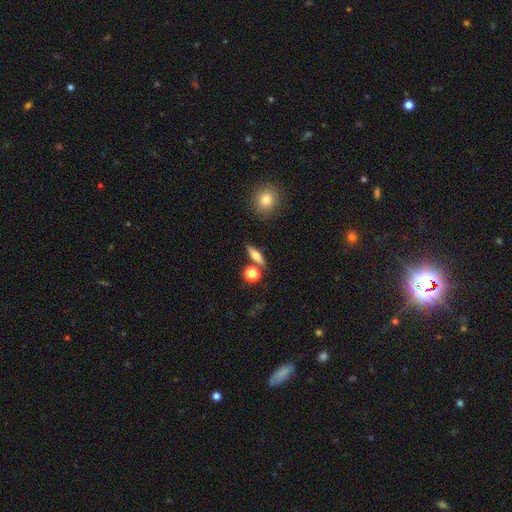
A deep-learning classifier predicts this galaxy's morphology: type=smooth (62%); roundness=cigar-shaped (48%); merging=none (76%).